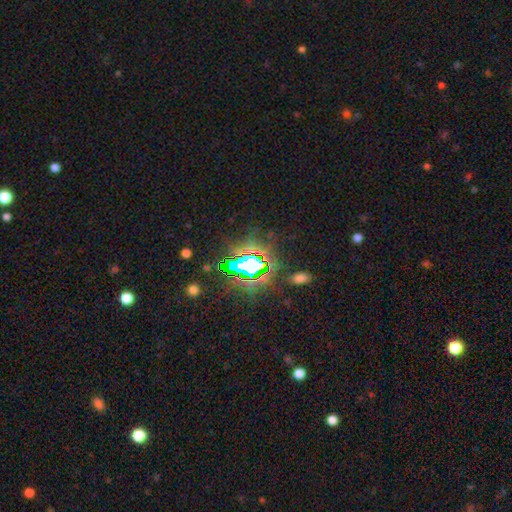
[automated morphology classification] This appears to be a star or artifact, not a galaxy (81%).